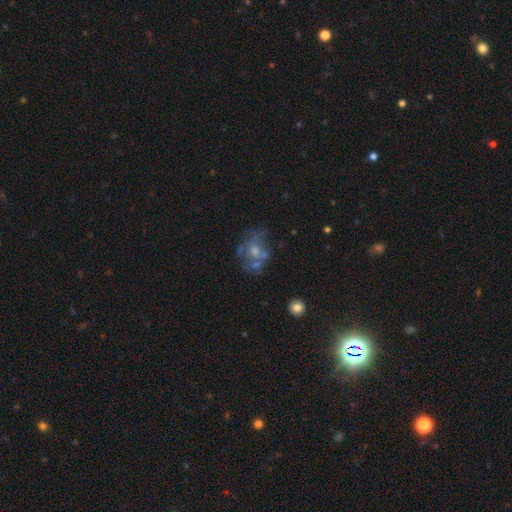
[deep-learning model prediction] A featured or disk galaxy (54%) with no bar (85%), no spiral arms (79%) and a moderate central bulge (50%). Merging: none (44%).